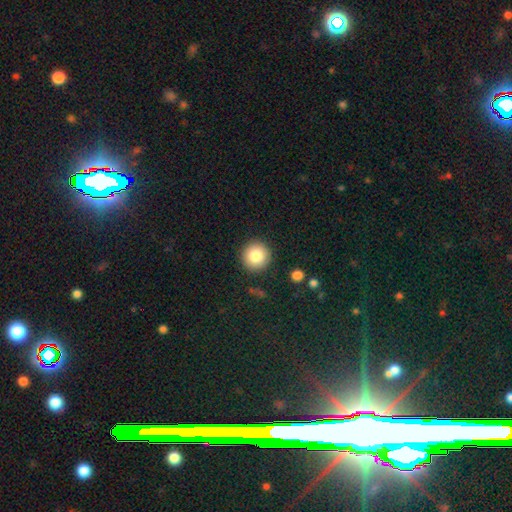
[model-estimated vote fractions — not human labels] Smooth or featured: smooth — 83% (star or artifact — 9%)
How rounded: round — 95% (in between — 4%)
Merging: none — 90% (minor disturbance — 6%)